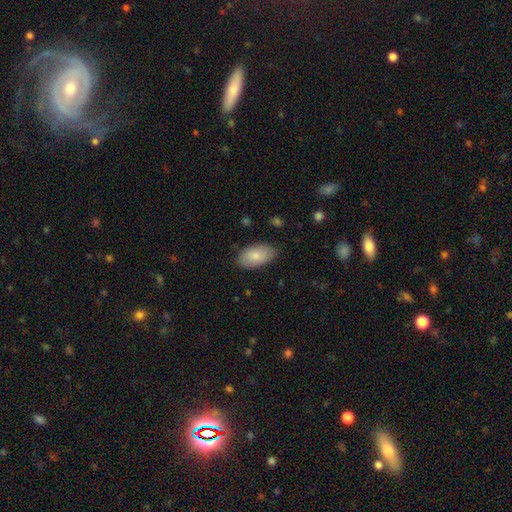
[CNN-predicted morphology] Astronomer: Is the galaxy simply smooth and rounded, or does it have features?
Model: smooth — 83%.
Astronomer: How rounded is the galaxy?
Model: in between — 95%.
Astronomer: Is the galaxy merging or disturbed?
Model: none — 83%.